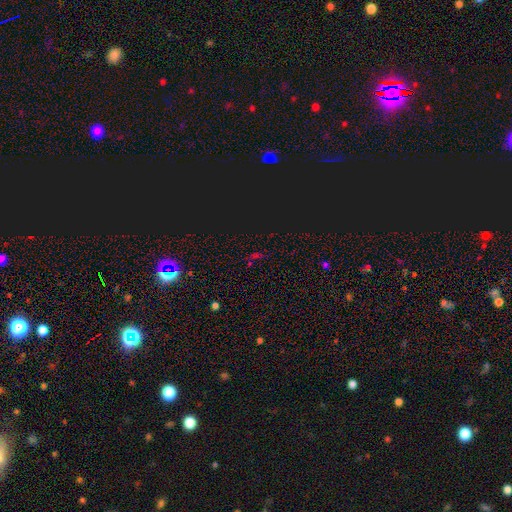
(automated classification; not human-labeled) This appears to be a star or artifact, not a galaxy (69%).